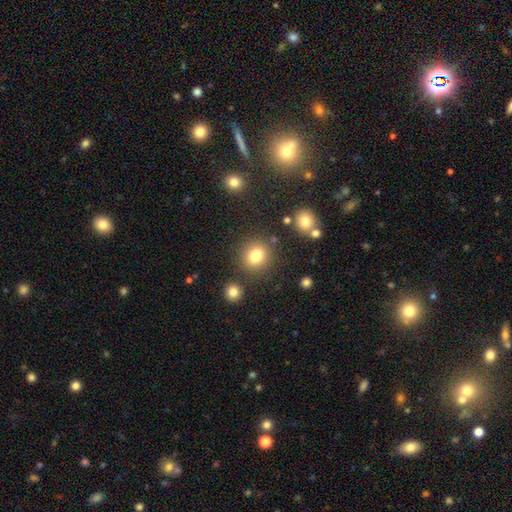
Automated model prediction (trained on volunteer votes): Smooth or featured? Predicted: smooth (p=0.80). How rounded? Predicted: round (p=0.81). Merging? Predicted: none (p=0.81).